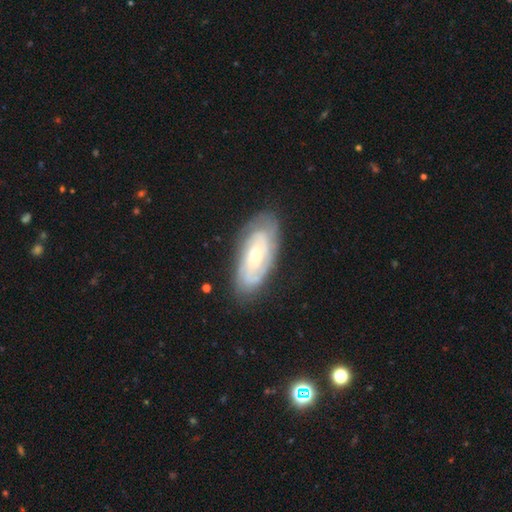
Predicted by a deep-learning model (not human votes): Smooth or featured? Predicted: featured or disk (p=0.73). Edge-on disk? Predicted: no (p=0.92). Bar? Predicted: no (p=0.77). Spiral arms? Predicted: yes (p=0.86). Spiral winding? Predicted: tight (p=0.74). Spiral arm count? Predicted: can't tell (p=0.51). Bulge size? Predicted: small (p=0.70). Merging? Predicted: none (p=0.77).